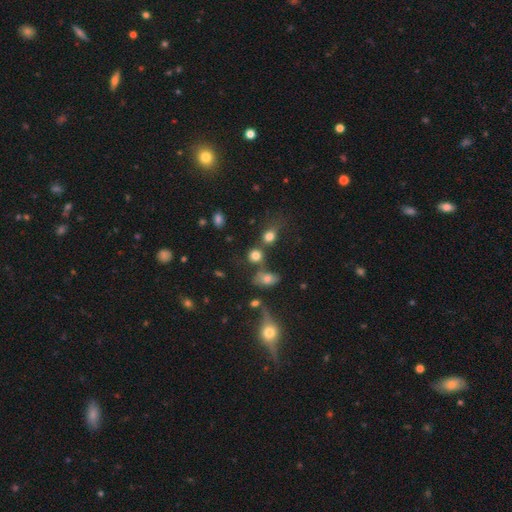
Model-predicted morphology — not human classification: Q: Smooth or featured?
A: smooth (77%); runner-up: star or artifact (14%)
Q: How rounded?
A: round (75%); runner-up: in between (24%)
Q: Merging?
A: none (55%); runner-up: merger (23%)